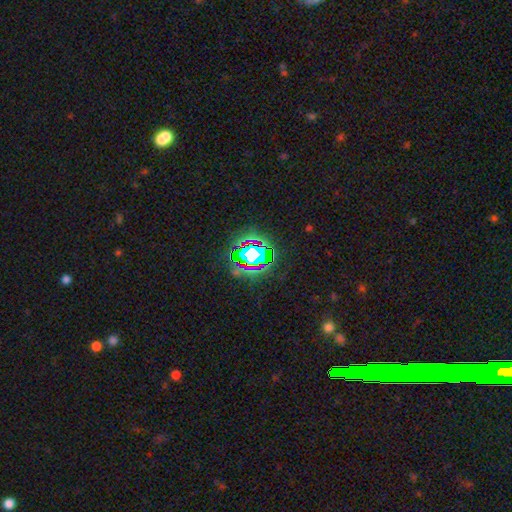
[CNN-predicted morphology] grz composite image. It shows a star or artifact, not a galaxy (69%).